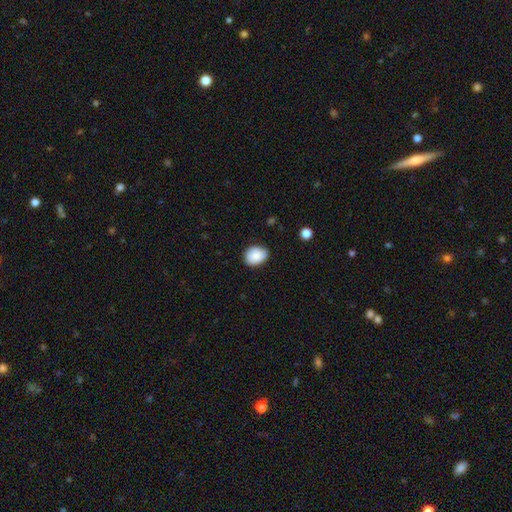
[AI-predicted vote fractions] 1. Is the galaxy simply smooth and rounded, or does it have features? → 85% smooth, 8% star or artifact, 7% featured or disk.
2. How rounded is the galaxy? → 56% in between, 43% round, 1% cigar-shaped.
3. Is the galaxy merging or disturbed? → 75% none, 20% minor disturbance, 3% major disturbance, 1% merger.